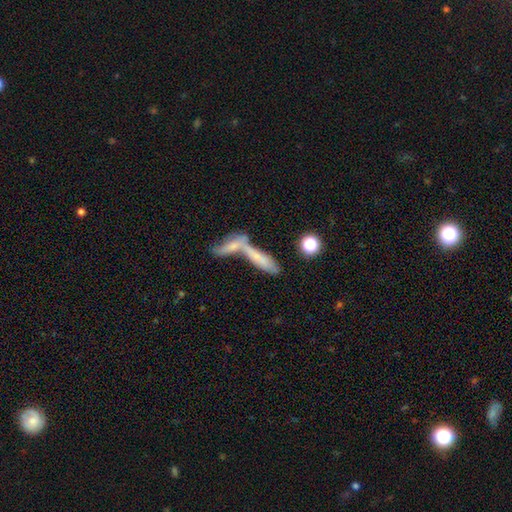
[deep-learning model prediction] Smooth or featured? Predicted: smooth (p=0.54). How rounded? Predicted: cigar-shaped (p=0.69). Merging? Predicted: merger (p=0.56).